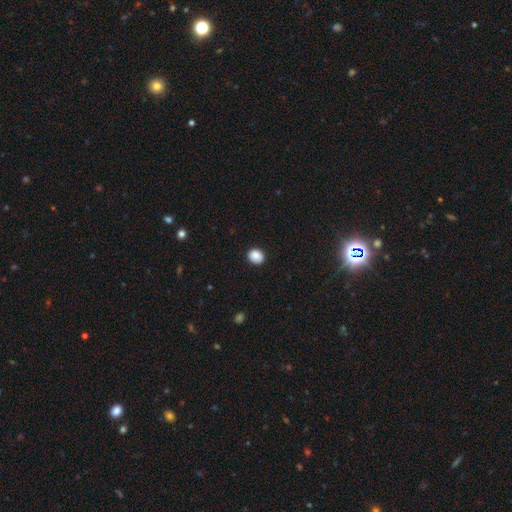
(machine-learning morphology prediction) Smooth or featured: smooth — 88% (star or artifact — 9%)
How rounded: round — 69% (in between — 30%)
Merging: none — 89% (minor disturbance — 8%)